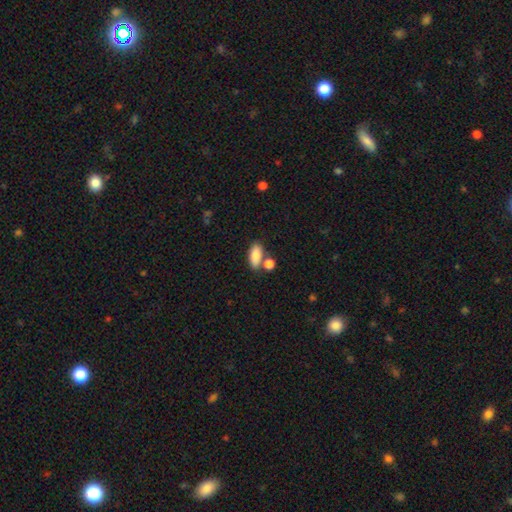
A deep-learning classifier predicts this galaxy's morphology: A smooth galaxy with no disk features (85%) that is in between round and cigar-shaped (85%).

Vote fractions:
- Smooth or featured? smooth: 85% / featured or disk: 8% / star or artifact: 7%
- How rounded? in between: 85% / cigar-shaped: 10% / round: 5%
- Merging? none: 61% / merger: 23% / minor disturbance: 12% / major disturbance: 4%